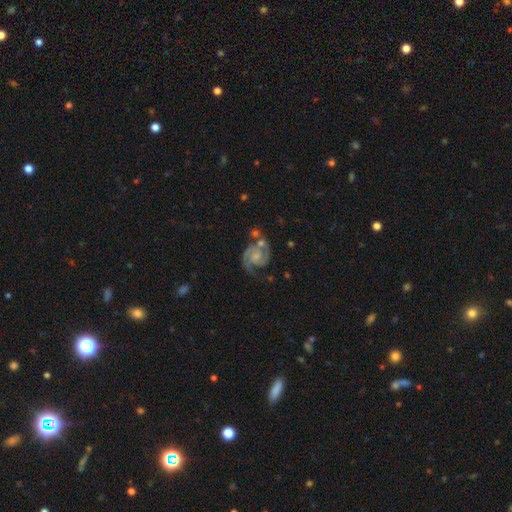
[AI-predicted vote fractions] Smooth or featured?
  - featured or disk: 88% *
  - smooth: 7%
  - star or artifact: 5%
Edge-on disk?
  - no: 98% *
  - yes: 2%
Bar?
  - no: 62% *
  - weak: 32%
  - strong: 7%
Spiral arms?
  - yes: 98% *
  - no: 2%
Spiral winding?
  - medium: 46% *
  - tight: 45%
  - loose: 10%
Spiral arm count?
  - 2: 89% *
  - 1: 3%
  - can't tell: 3%
  - 3: 3%
  - 4: 1%
  - more than 4: 1%
Bulge size?
  - moderate: 33% *
  - small: 32%
  - none: 27%
  - large: 6%
  - dominant: 2%
Merging?
  - none: 59% *
  - minor disturbance: 19%
  - merger: 12%
  - major disturbance: 10%